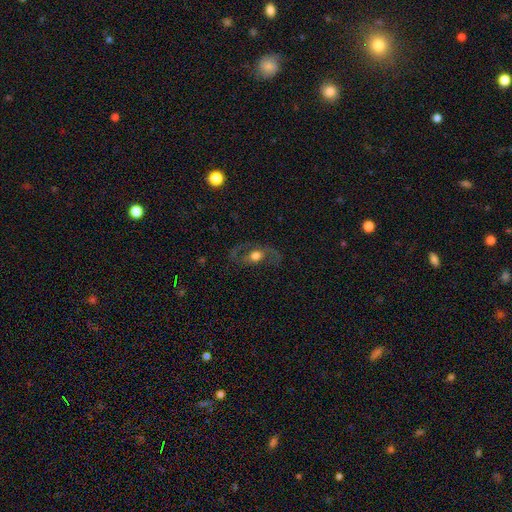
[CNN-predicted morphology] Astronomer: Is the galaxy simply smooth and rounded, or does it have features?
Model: featured or disk — 58%.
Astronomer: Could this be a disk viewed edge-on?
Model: no — 86%.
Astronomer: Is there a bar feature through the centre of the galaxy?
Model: no — 74%.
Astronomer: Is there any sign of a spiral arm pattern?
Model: yes — 53% (runner-up: no, 47%).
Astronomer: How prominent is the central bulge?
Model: moderate — 52% (runner-up: large, 37%).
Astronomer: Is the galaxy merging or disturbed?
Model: none — 68%.